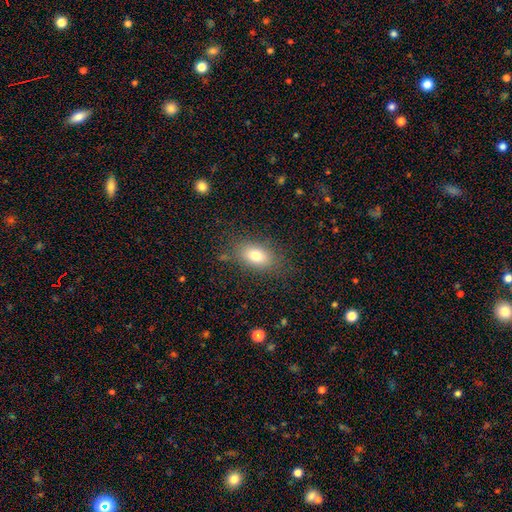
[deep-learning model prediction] This is likely a smooth galaxy (77%). How rounded: clearly in between (85%). Merging: clearly none (80%).